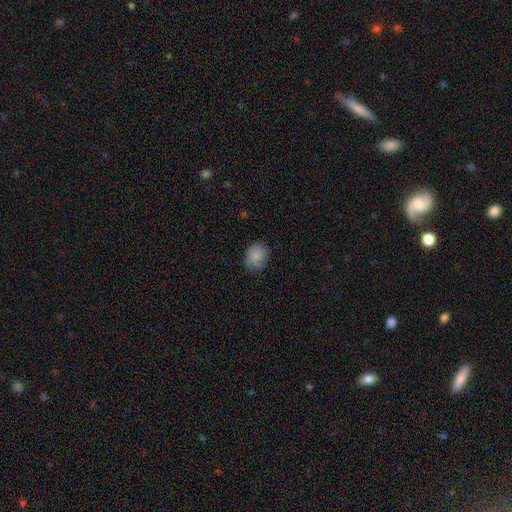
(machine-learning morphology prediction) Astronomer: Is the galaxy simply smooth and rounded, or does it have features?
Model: smooth — 84%.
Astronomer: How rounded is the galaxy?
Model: round — 52% (runner-up: in between, 47%).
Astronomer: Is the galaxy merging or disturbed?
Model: none — 79%.